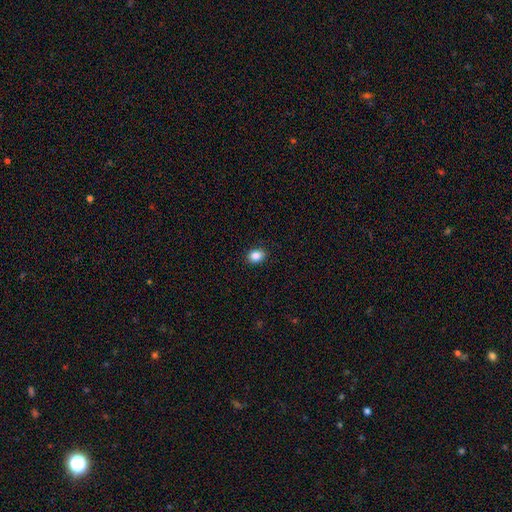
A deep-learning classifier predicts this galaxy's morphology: smooth-or-featured: smooth: 87% | star or artifact: 9% | featured or disk: 4%
  how-rounded: in between: 53% | round: 46% | cigar-shaped: 1%
  merging: none: 90% | minor disturbance: 7% | major disturbance: 2% | merger: 1%